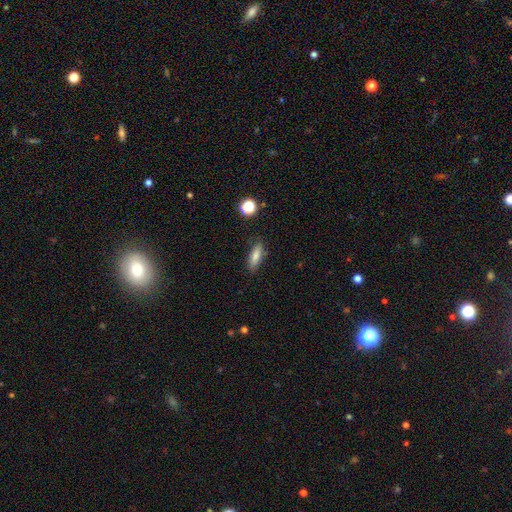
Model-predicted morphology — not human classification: type=smooth (79%); roundness=in between (49%); merging=none (83%).